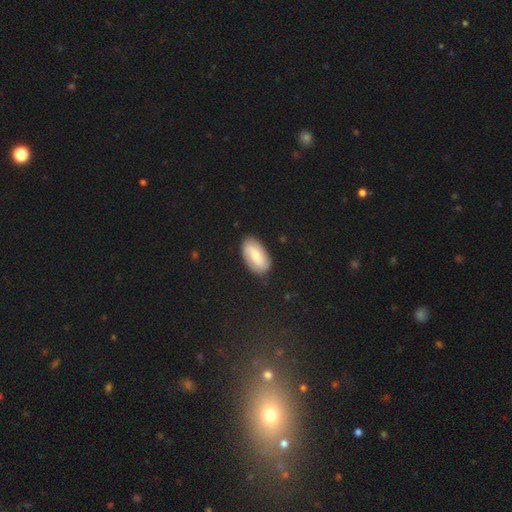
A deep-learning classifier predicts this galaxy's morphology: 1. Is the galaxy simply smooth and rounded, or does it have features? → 56% smooth, 37% featured or disk, 7% star or artifact.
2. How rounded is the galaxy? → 93% in between, 4% round, 3% cigar-shaped.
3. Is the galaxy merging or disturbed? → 85% none, 11% minor disturbance, 3% major disturbance, 1% merger.